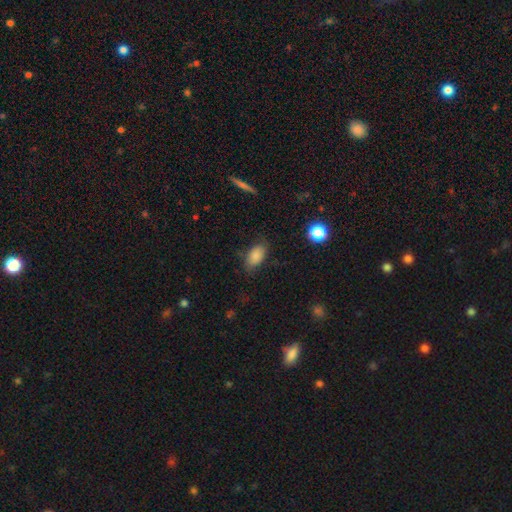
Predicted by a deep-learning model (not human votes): Q: Smooth or featured?
A: smooth (85%); runner-up: star or artifact (8%)
Q: How rounded?
A: in between (91%); runner-up: round (7%)
Q: Merging?
A: none (75%); runner-up: minor disturbance (18%)